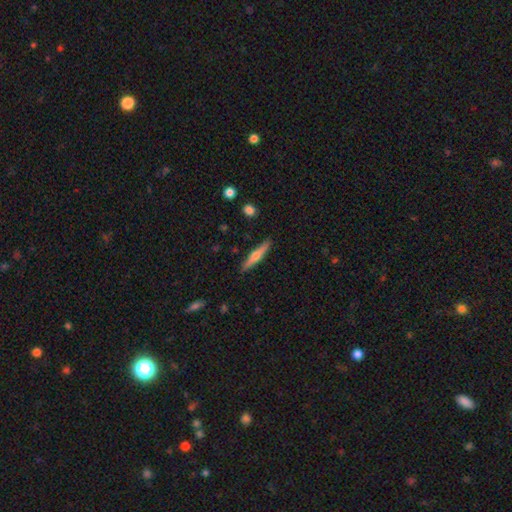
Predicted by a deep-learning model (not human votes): Q: Smooth or featured?
A: featured or disk (51%); runner-up: smooth (43%)
Q: Edge-on disk?
A: yes (96%); runner-up: no (4%)
Q: Merging?
A: none (90%); runner-up: minor disturbance (7%)